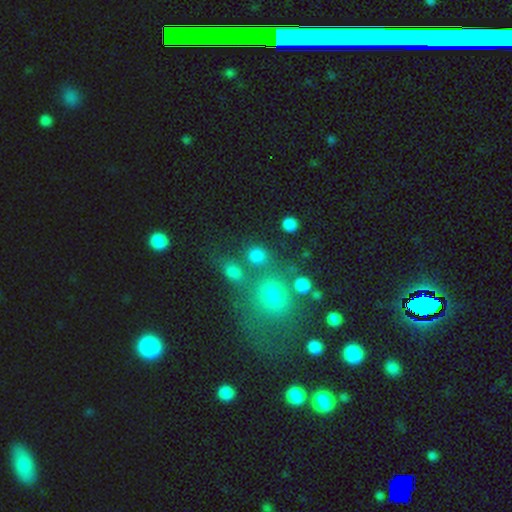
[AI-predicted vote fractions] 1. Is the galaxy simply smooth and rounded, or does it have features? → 77% smooth, 16% star or artifact, 7% featured or disk.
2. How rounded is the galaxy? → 82% round, 17% in between, 2% cigar-shaped.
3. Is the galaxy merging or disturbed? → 68% none, 16% merger, 10% minor disturbance, 6% major disturbance.